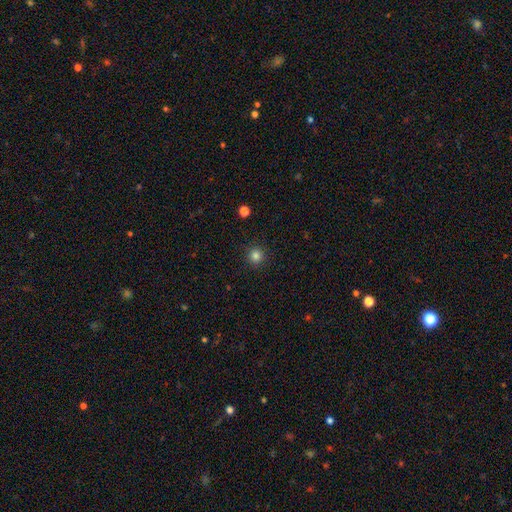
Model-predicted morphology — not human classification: Smooth or featured: smooth — 83% (star or artifact — 12%)
How rounded: round — 95% (in between — 4%)
Merging: none — 92% (minor disturbance — 5%)